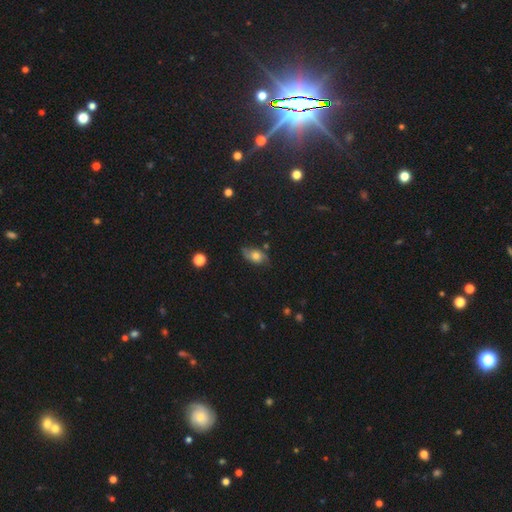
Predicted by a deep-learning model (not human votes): A smooth galaxy with no disk features (56%) that is in between round and cigar-shaped (84%).

Vote fractions:
- Smooth or featured? smooth: 56% / featured or disk: 33% / star or artifact: 11%
- How rounded? in between: 84% / round: 13% / cigar-shaped: 3%
- Merging? none: 70% / minor disturbance: 23% / major disturbance: 6% / merger: 2%